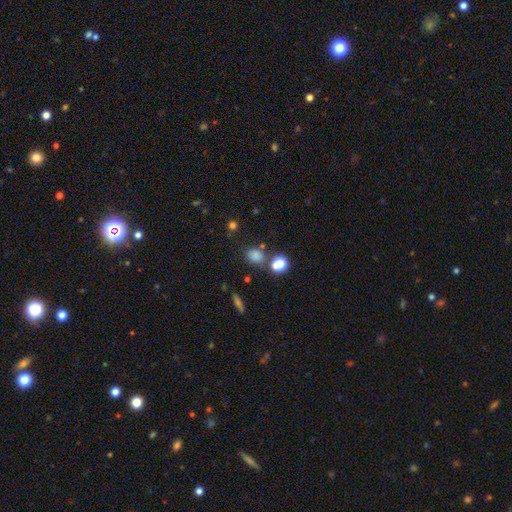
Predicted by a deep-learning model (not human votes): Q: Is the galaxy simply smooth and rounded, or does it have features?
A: smooth — 76%.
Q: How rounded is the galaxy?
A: round — 59%.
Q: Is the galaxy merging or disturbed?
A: none — 70%.